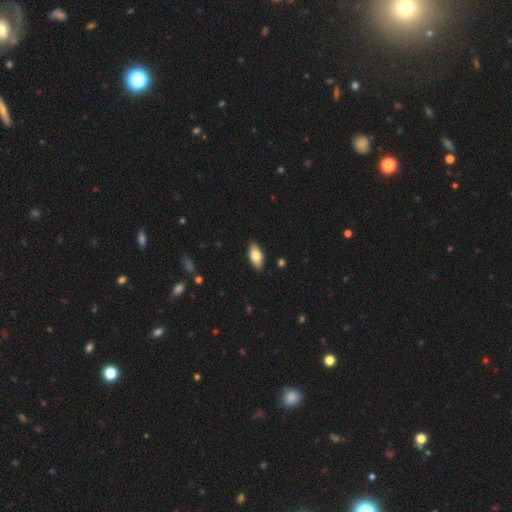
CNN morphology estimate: Overall: smooth (78%). How rounded: in between (90%). Merging: none (88%).